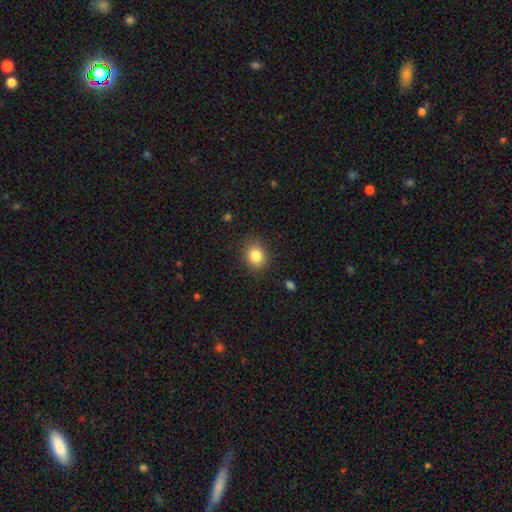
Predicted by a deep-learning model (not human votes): This appears to be a smooth galaxy with no disk features (84%) that is round (69%). Merging: none (86%).